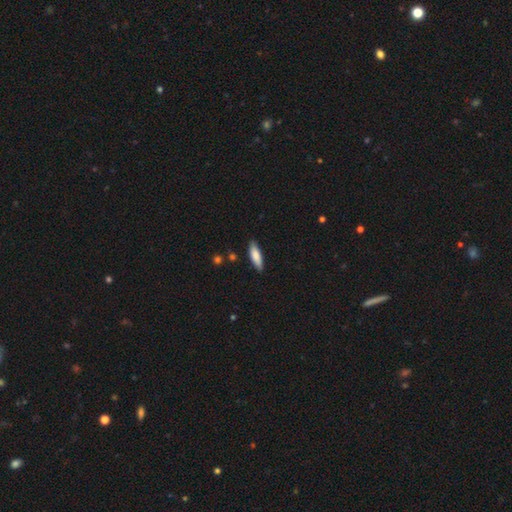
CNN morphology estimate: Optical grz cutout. It shows a smooth galaxy with no disk features (81%) that is cigar-shaped (53%). Merging: none (84%).